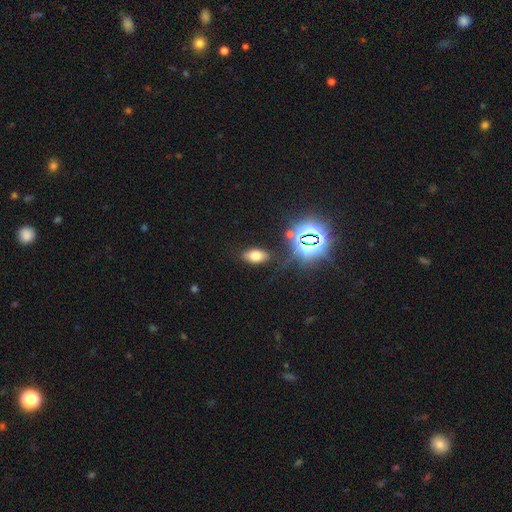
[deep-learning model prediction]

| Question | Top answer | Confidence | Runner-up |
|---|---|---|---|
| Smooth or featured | smooth | 65% | star or artifact (23%) |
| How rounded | in between | 90% | round (7%) |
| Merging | none | 83% | minor disturbance (10%) |